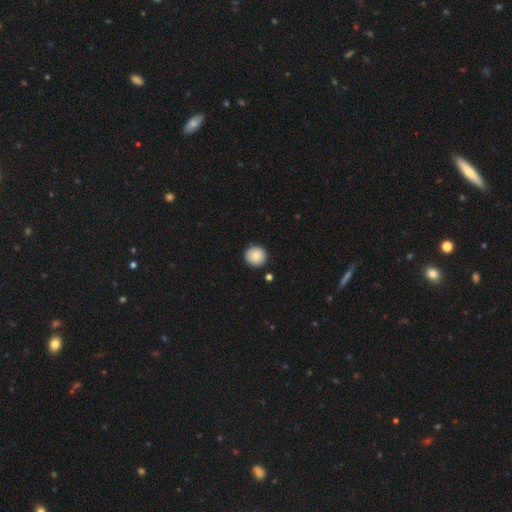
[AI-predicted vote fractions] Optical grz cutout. It shows a smooth galaxy with no disk features (83%) that is round (94%). Merging: none (90%).